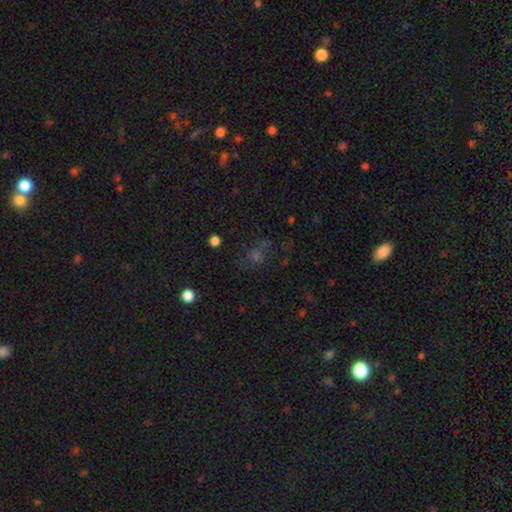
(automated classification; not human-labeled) Smooth or featured: star or artifact — 44% (smooth — 41%)